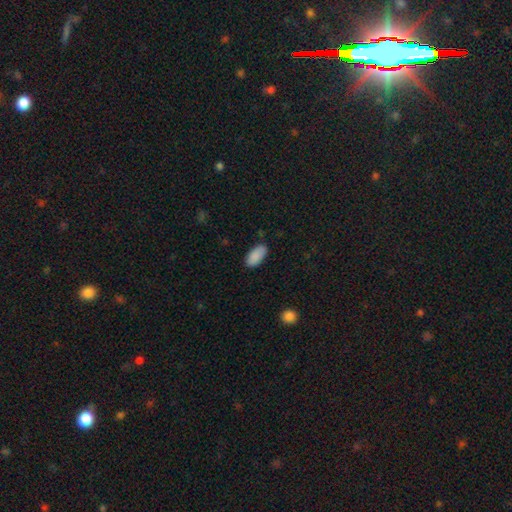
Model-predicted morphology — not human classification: A smooth galaxy with no disk features (89%) that is in between round and cigar-shaped (94%). Merging: none (84%).